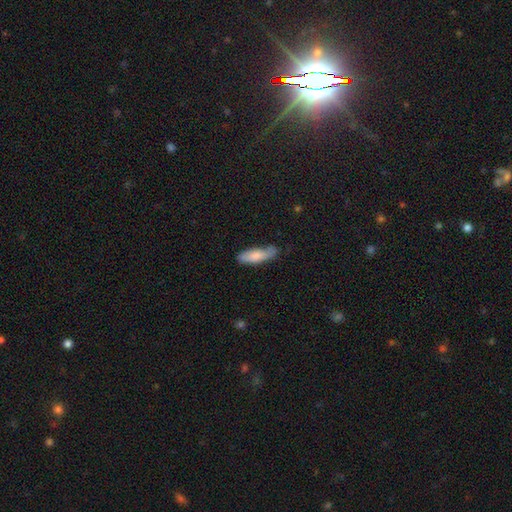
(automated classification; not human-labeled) Smooth or featured: smooth — 76% (featured or disk — 18%)
How rounded: cigar-shaped — 49% (tied with in between — 49%)
Merging: none — 65% (minor disturbance — 27%)